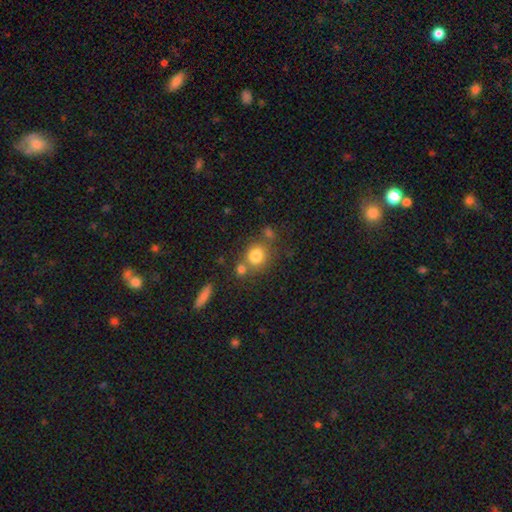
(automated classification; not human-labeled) Smooth or featured: smooth — 80% (star or artifact — 11%)
How rounded: round — 81% (in between — 18%)
Merging: none — 63% (merger — 21%)